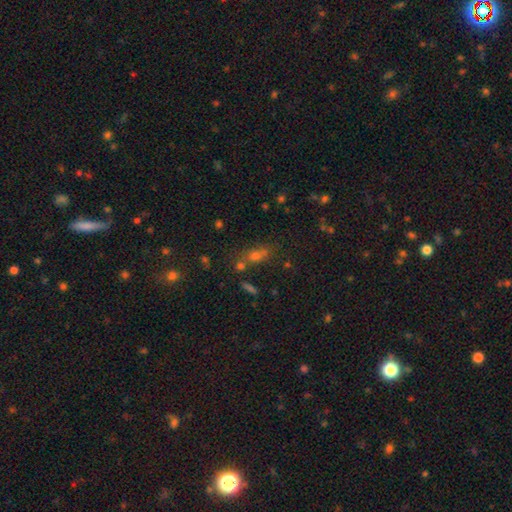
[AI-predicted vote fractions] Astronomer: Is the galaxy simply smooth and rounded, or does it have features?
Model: smooth — 51% (runner-up: star or artifact, 33%).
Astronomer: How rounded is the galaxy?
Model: in between — 48% (runner-up: round, 38%).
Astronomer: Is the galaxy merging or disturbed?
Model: none — 53%.